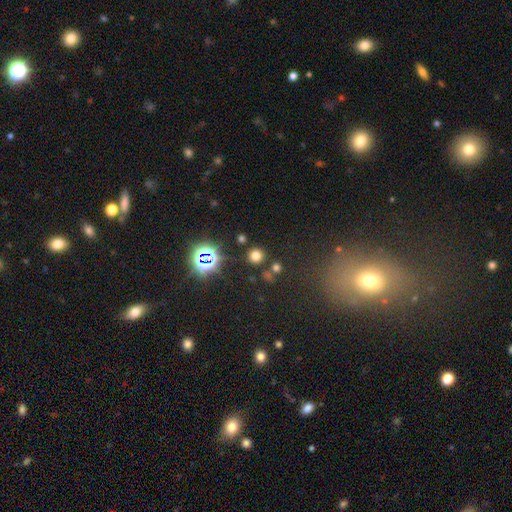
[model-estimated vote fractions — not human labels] Smooth or featured?
  - smooth: 67% *
  - star or artifact: 26%
  - featured or disk: 6%
How rounded?
  - round: 92% *
  - in between: 7%
  - cigar-shaped: 1%
Merging?
  - none: 82% *
  - merger: 8%
  - minor disturbance: 7%
  - major disturbance: 3%